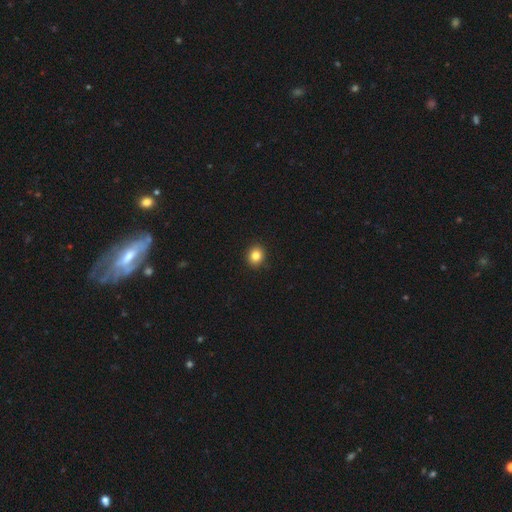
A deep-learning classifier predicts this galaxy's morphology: The model was most divided on "how rounded": round: 77%, in between: 22%, cigar-shaped: 1%. More confident: merging — none (92%); smooth or featured — smooth (84%).